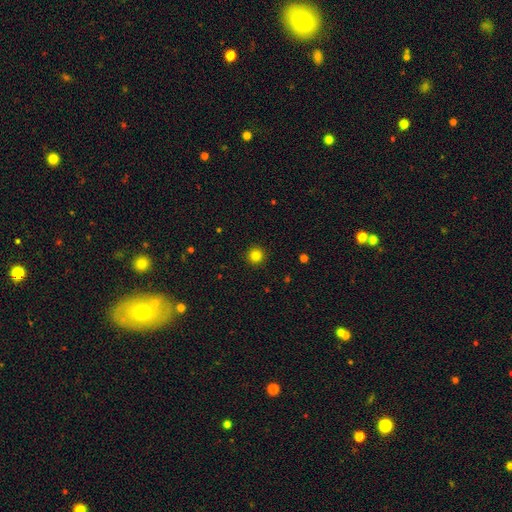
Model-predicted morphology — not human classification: This is clearly a smooth galaxy (82%). How rounded: clearly round (95%). Merging: clearly none (93%).